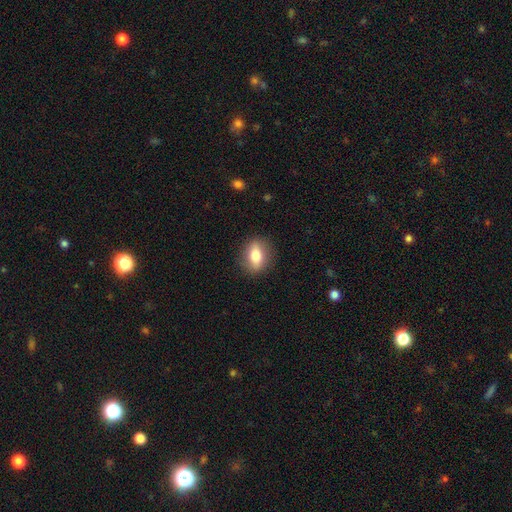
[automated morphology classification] smooth_or_featured: smooth (p=0.73) [alt: featured or disk p=0.20]
how_rounded: in between (p=0.71) [alt: round p=0.24]
merging: none (p=0.87) [alt: minor disturbance p=0.09]